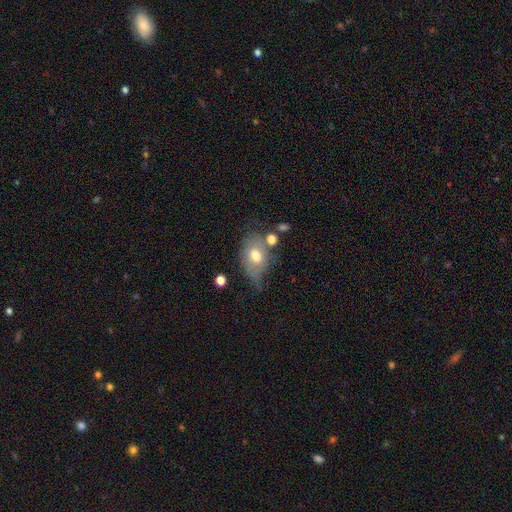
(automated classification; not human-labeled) Smooth or featured: smooth — 58% (featured or disk — 33%)
How rounded: in between — 75% (round — 23%)
Merging: none — 35% (minor disturbance — 31%)